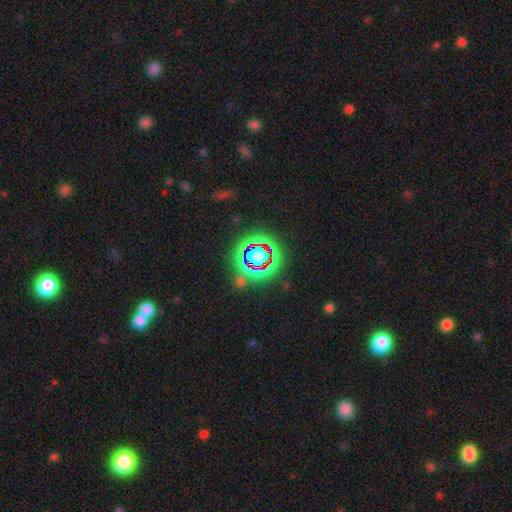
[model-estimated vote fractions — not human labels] Smooth or featured: star or artifact — 76% (smooth — 14%)